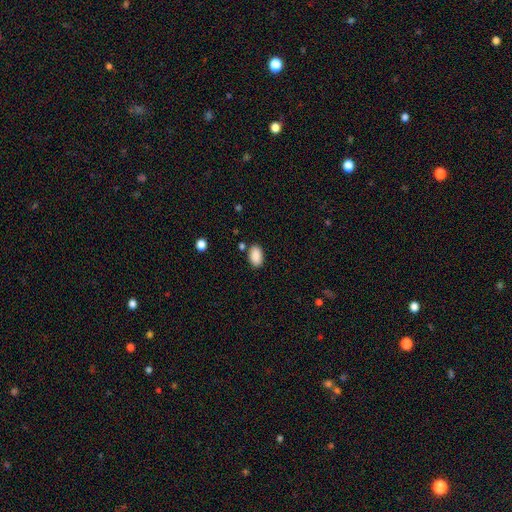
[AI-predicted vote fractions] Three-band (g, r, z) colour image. It shows a smooth galaxy with no disk features (89%) that is in between round and cigar-shaped (92%). Merging: none (83%).